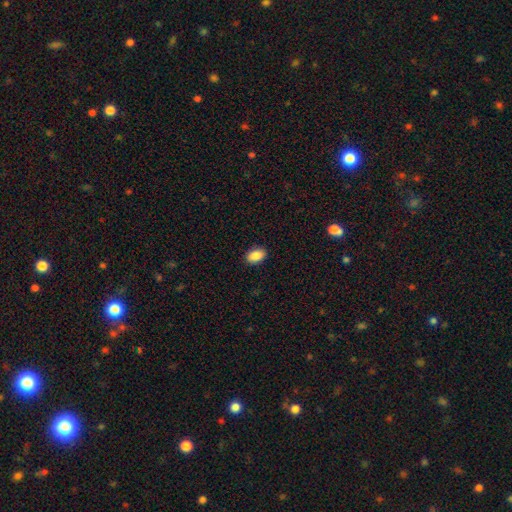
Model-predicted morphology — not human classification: Smooth or featured: smooth — 88% (star or artifact — 8%)
How rounded: in between — 87% (round — 12%)
Merging: none — 89% (minor disturbance — 8%)